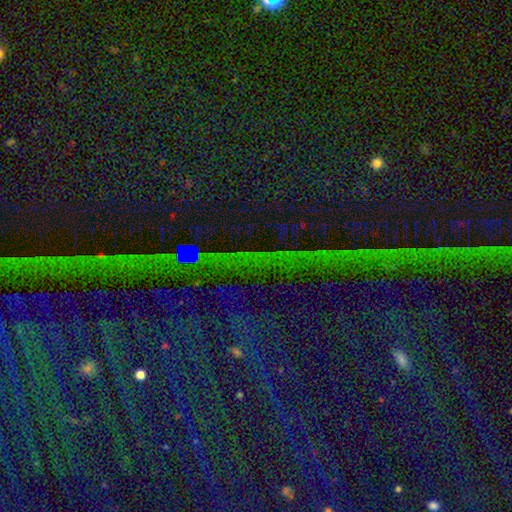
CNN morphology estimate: Smooth or featured? Predicted: star or artifact (p=0.84).